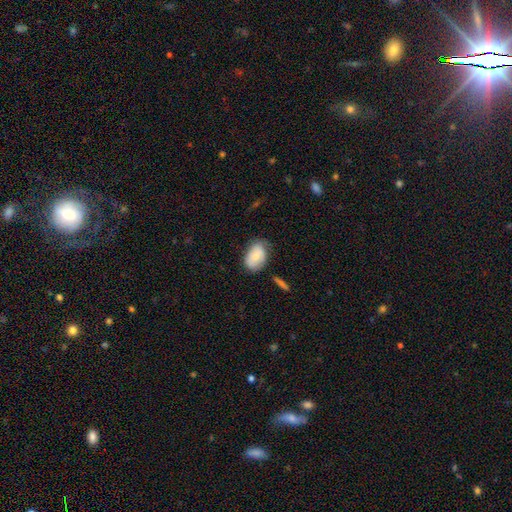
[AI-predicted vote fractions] Smooth or featured: smooth — 76% (featured or disk — 17%)
How rounded: in between — 85% (round — 14%)
Merging: none — 55% (minor disturbance — 33%)